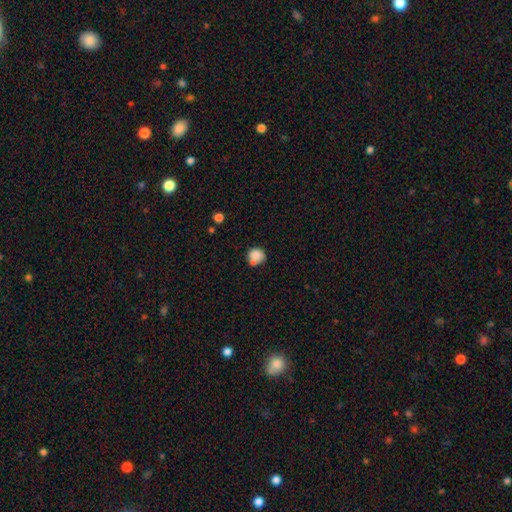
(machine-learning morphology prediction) smooth_or_featured: smooth (p=0.83) [alt: star or artifact p=0.09]
how_rounded: round (p=0.85) [alt: in between p=0.14]
merging: none (p=0.58) [alt: merger p=0.20]